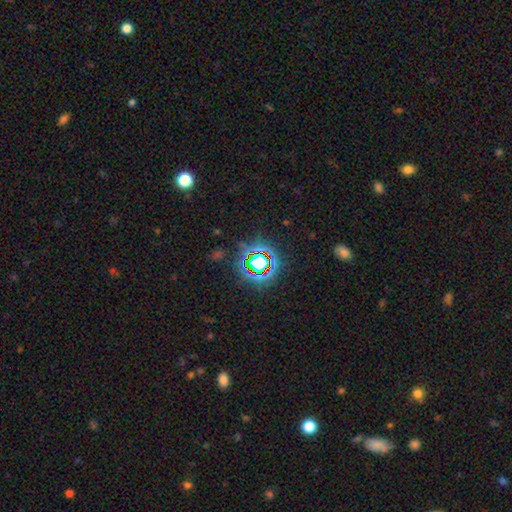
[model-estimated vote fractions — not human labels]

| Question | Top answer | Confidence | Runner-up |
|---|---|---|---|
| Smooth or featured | star or artifact | 71% | smooth (19%) |